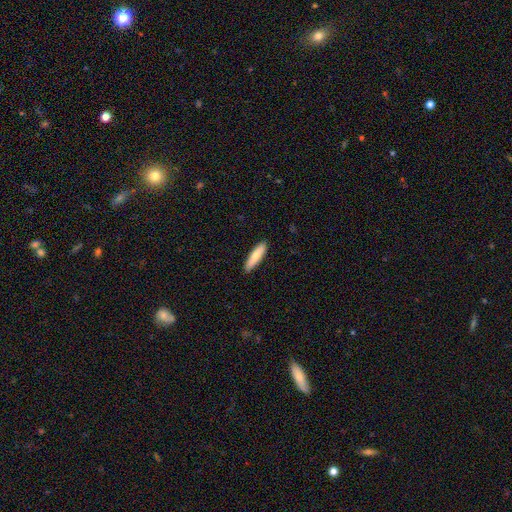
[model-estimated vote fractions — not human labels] A smooth galaxy with no disk features (73%) that is cigar-shaped (77%). Merging: none (90%).